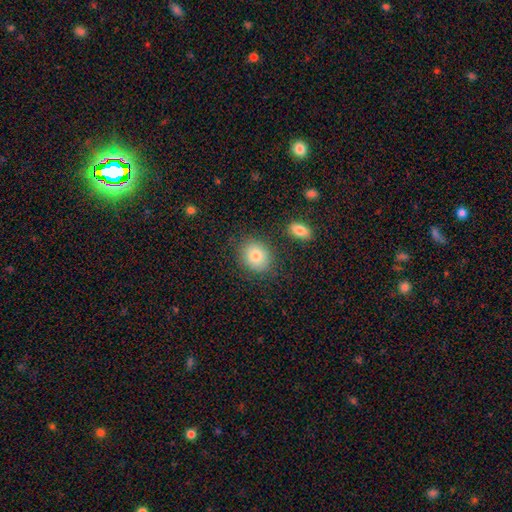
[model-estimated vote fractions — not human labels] A smooth galaxy with no disk features (81%) that is round (61%).

Vote fractions:
- Smooth or featured? smooth: 81% / featured or disk: 10% / star or artifact: 9%
- How rounded? round: 61% / in between: 38% / cigar-shaped: 1%
- Merging? none: 81% / minor disturbance: 11% / merger: 5% / major disturbance: 4%